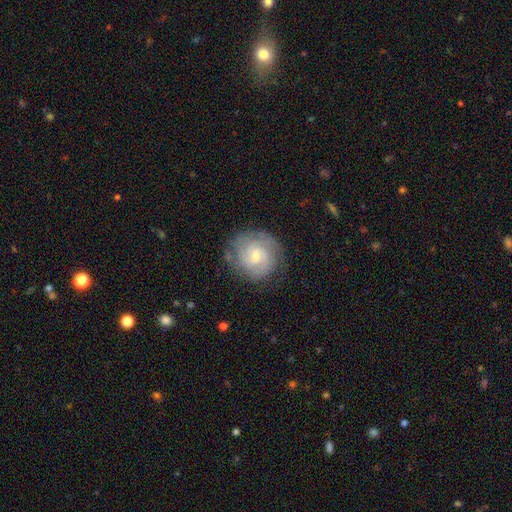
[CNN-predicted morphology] Overall: featured or disk (74%). Edge-on disk: no (98%). Bar: no (52%; weak 43%). Spiral arms: yes (94%). Spiral arm count: 2 (38%; can't tell 28%). Spiral winding: tight (62%; medium 31%). Bulge size: small (60%; moderate 35%). Merging: none (78%).